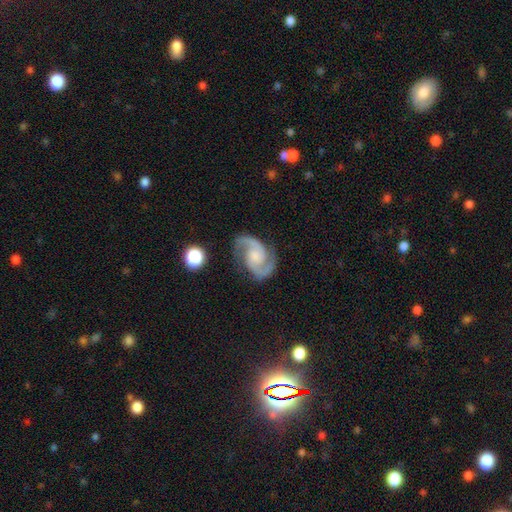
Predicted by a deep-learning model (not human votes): smooth-or-featured: featured or disk: 92% | star or artifact: 4% | smooth: 3%
  disk-edge-on: no: 98% | yes: 2%
    bar: no: 62% | weak: 30% | strong: 8%
    has-spiral-arms: yes: 99% | no: 1%
      spiral-winding: medium: 62% | tight: 24% | loose: 14%
      spiral-arm-count: 2: 94% | can't tell: 1% | 3: 1% | 1: 1% | 4: 1% | more than 4: 1%
    bulge-size: small: 40% | moderate: 32% | none: 19% | large: 6% | dominant: 2%
  merging: none: 81% | minor disturbance: 13% | major disturbance: 4% | merger: 2%